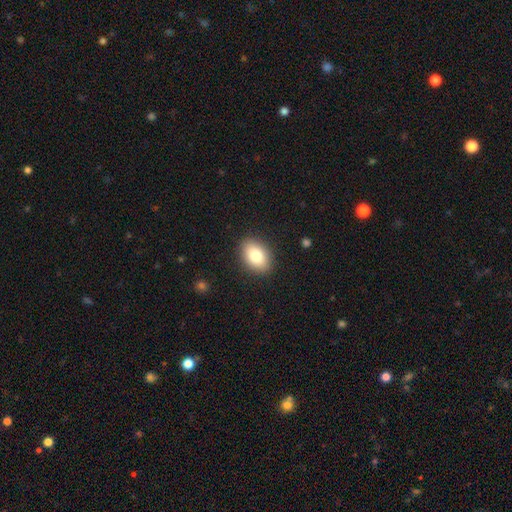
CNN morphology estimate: Smooth or featured: smooth — 82% (featured or disk — 11%)
How rounded: in between — 83% (round — 16%)
Merging: none — 88% (minor disturbance — 9%)